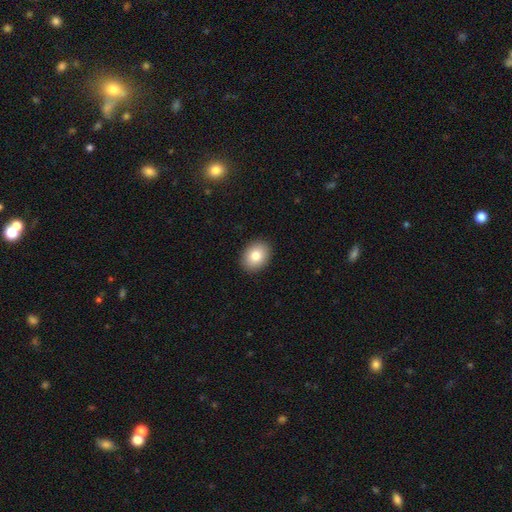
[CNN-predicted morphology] smooth-or-featured: smooth: 83% | featured or disk: 9% | star or artifact: 8%
  how-rounded: in between: 61% | round: 38% | cigar-shaped: 1%
  merging: none: 91% | minor disturbance: 7% | major disturbance: 2% | merger: 1%